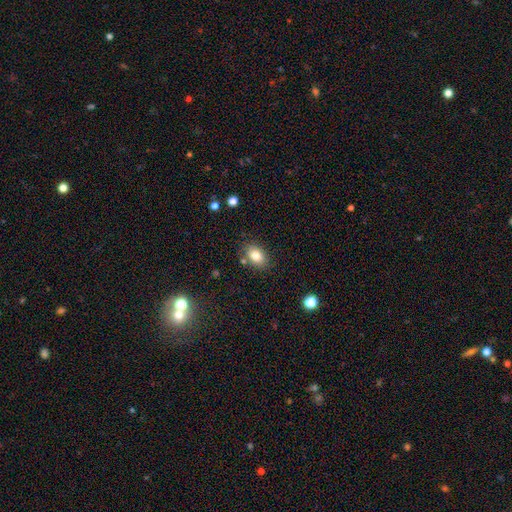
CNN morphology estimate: A smooth galaxy with no disk features (82%) that is in between round and cigar-shaped (81%).

Vote fractions:
- Smooth or featured? smooth: 82% / star or artifact: 9% / featured or disk: 9%
- How rounded? in between: 81% / round: 17% / cigar-shaped: 1%
- Merging? none: 79% / minor disturbance: 12% / merger: 5% / major disturbance: 3%